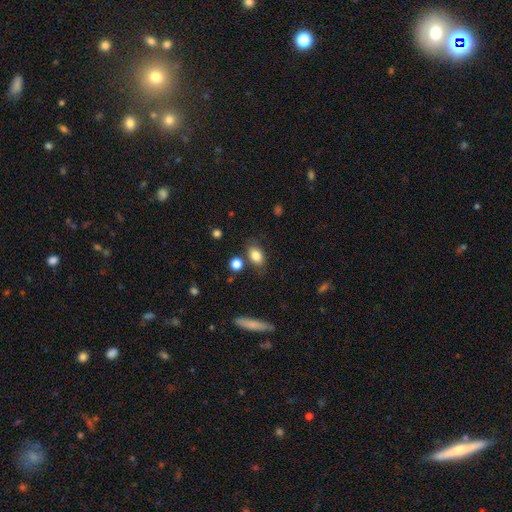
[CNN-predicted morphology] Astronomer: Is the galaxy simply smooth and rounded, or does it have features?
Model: smooth — 82%.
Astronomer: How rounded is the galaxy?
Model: in between — 79%.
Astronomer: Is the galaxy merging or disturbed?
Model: none — 75%.